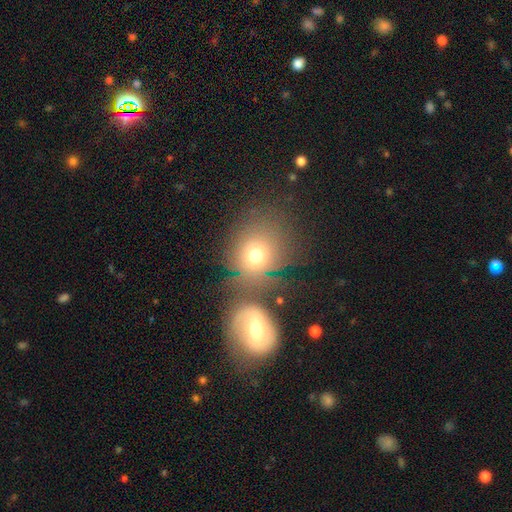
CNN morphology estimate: Smooth or featured? smooth (69%)
How rounded? round (70%)
Merging? none (42%)